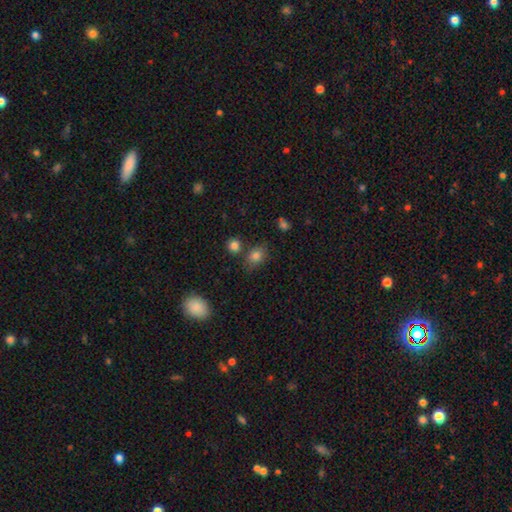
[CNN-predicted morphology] type=smooth (81%); roundness=in between (53%); merging=none (68%).